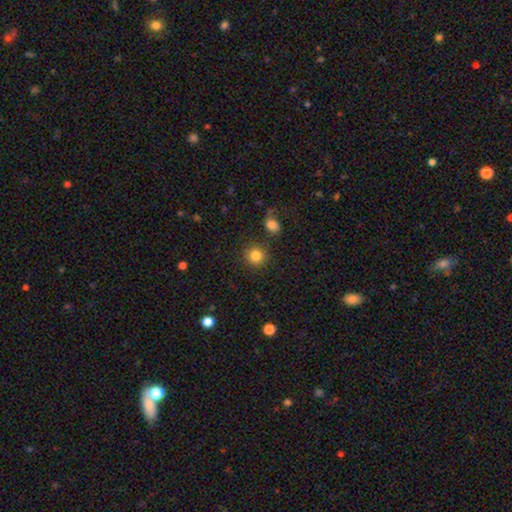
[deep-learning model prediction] Smooth or featured? smooth (84%)
How rounded? round (90%)
Merging? none (86%)